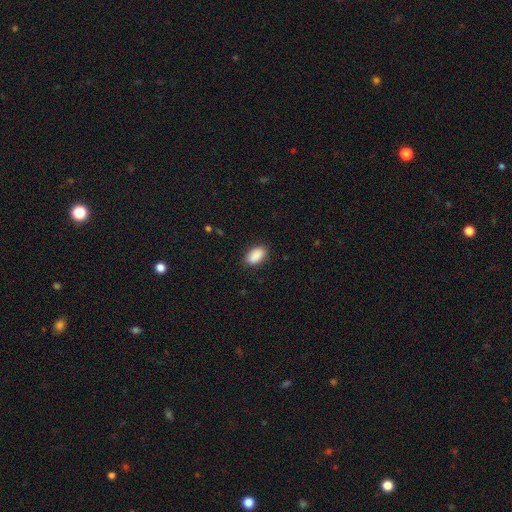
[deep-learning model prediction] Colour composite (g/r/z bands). It shows a smooth galaxy with no disk features (90%) that is in between round and cigar-shaped (93%). Merging: none (87%).